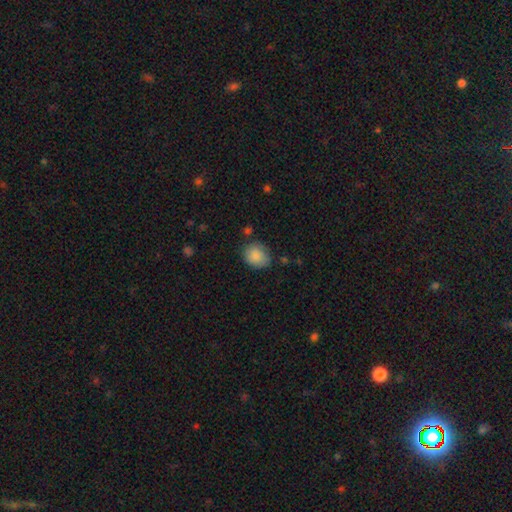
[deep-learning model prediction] smooth_or_featured: smooth (p=0.87) [alt: star or artifact p=0.07]
how_rounded: round (p=0.64) [alt: in between p=0.36]
merging: none (p=0.73) [alt: minor disturbance p=0.20]